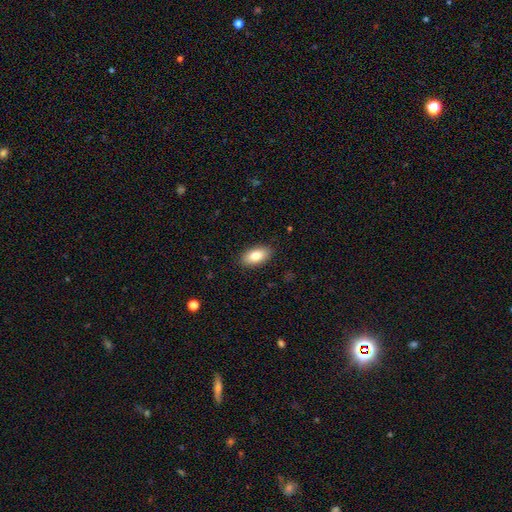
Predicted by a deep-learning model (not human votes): Morphology: type=smooth (82%); roundness=in between (92%); merging=none (88%).